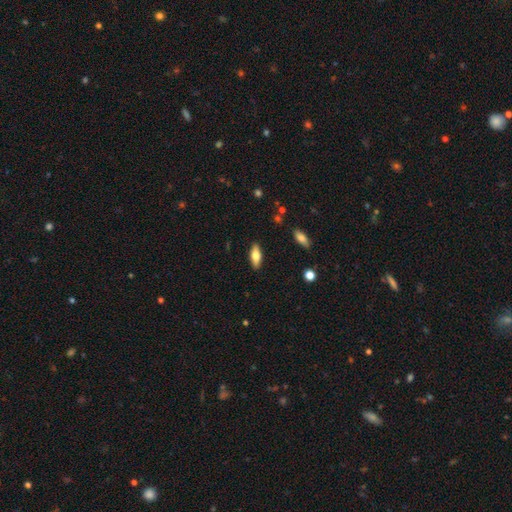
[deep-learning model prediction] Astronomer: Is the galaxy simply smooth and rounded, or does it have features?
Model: smooth — 65%.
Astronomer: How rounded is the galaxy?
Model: in between — 68%.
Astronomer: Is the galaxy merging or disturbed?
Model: none — 89%.